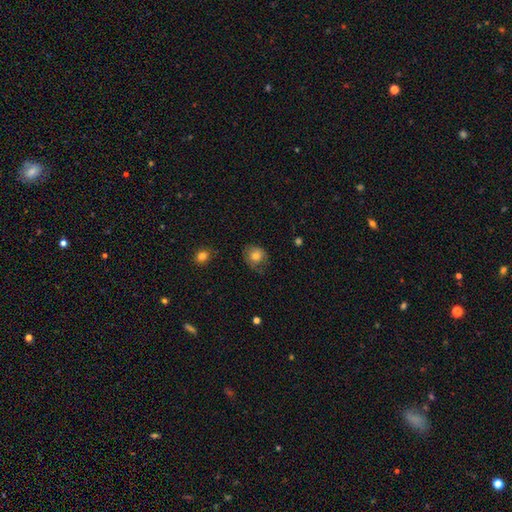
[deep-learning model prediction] smooth_or_featured: smooth (p=0.71) [alt: featured or disk p=0.19]
how_rounded: round (p=0.73) [alt: in between p=0.26]
merging: none (p=0.56) [alt: minor disturbance p=0.28]